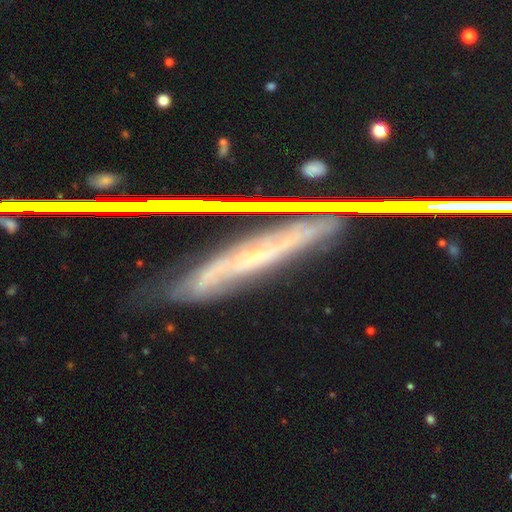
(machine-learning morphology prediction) Smooth or featured? featured or disk (65%)
Edge-on disk? yes (63%)
Merging? none (69%)